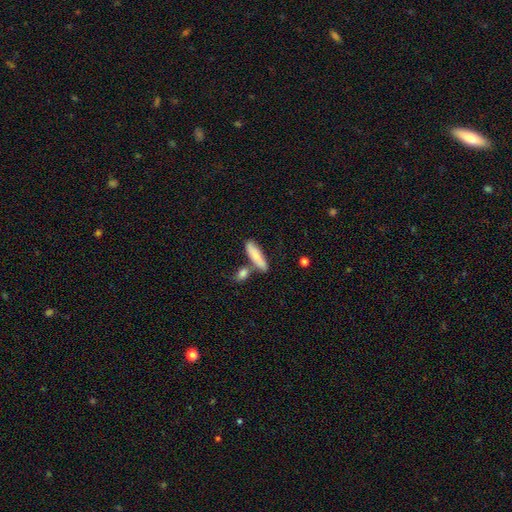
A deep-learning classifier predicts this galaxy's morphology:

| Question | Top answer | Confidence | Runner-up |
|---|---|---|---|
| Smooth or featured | smooth | 80% | featured or disk (14%) |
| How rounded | cigar-shaped | 62% | in between (35%) |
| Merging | none | 61% | merger (21%) |